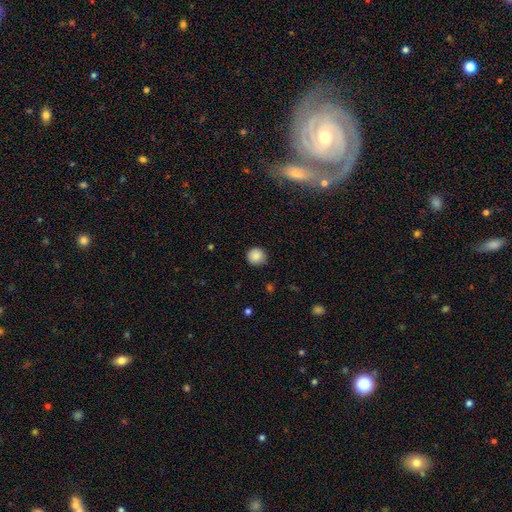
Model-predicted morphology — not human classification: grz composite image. It shows a smooth galaxy with no disk features (86%) that is round (94%). Merging: none (87%).